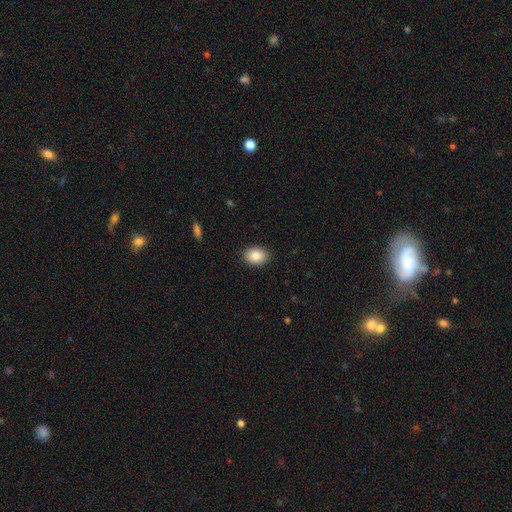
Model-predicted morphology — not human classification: Smooth or featured?
  - smooth: 87% *
  - star or artifact: 7%
  - featured or disk: 5%
How rounded?
  - in between: 77% *
  - round: 22%
  - cigar-shaped: 1%
Merging?
  - none: 88% *
  - minor disturbance: 8%
  - major disturbance: 2%
  - merger: 1%